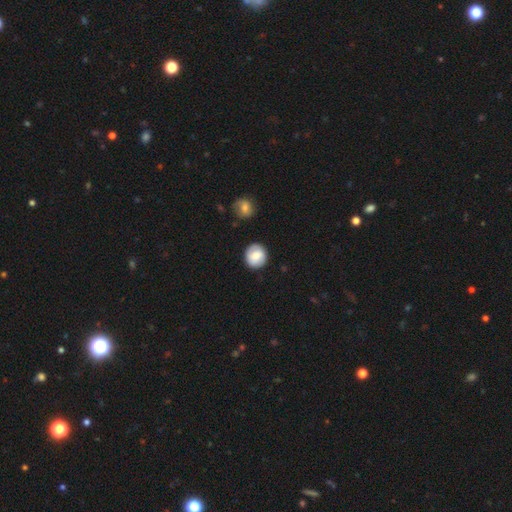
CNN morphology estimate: A smooth galaxy with no disk features (76%) that is round (90%).

Vote fractions:
- Smooth or featured? smooth: 76% / featured or disk: 17% / star or artifact: 7%
- How rounded? round: 90% / in between: 9% / cigar-shaped: 1%
- Merging? none: 87% / minor disturbance: 9% / major disturbance: 2% / merger: 2%